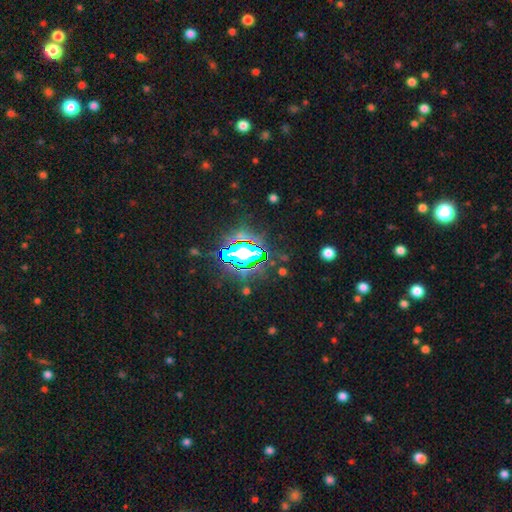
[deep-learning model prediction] Smooth or featured? star or artifact (80%)